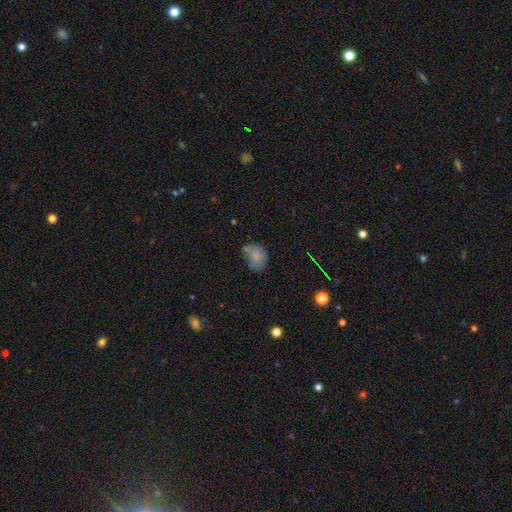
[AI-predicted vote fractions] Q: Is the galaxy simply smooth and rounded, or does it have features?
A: smooth — 74%.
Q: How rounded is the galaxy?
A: in between — 55%.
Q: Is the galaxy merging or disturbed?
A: none — 41%.